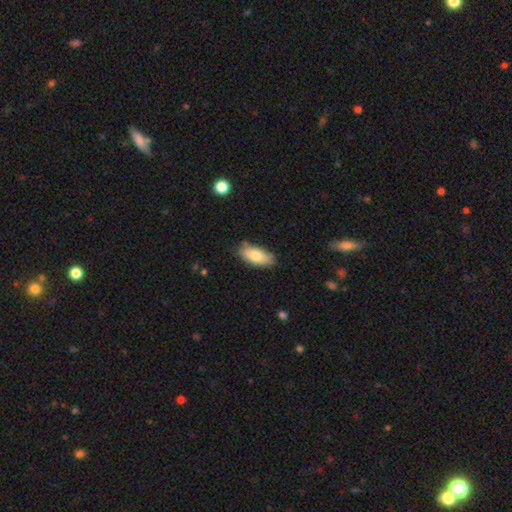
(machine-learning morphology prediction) A smooth galaxy with no disk features (76%) that is in between round and cigar-shaped (90%). Merging: none (78%).